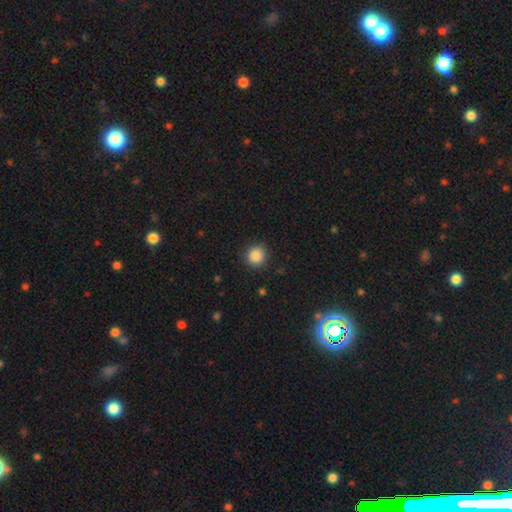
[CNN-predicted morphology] type=smooth (87%); roundness=round (92%); merging=none (88%).